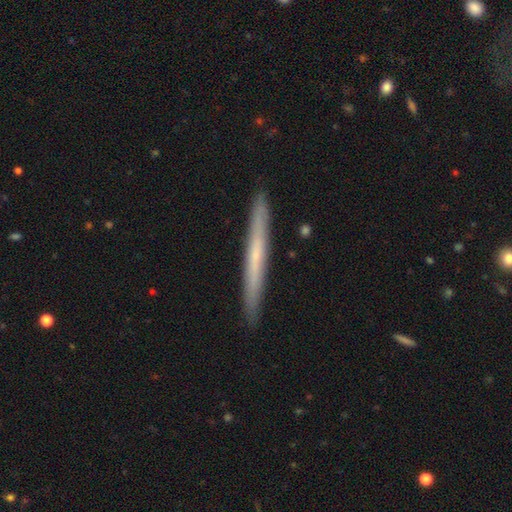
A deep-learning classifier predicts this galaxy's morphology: The model was most divided on "smooth or featured": smooth: 48%, featured or disk: 47%, star or artifact: 6%. More confident: merging — none (91%).